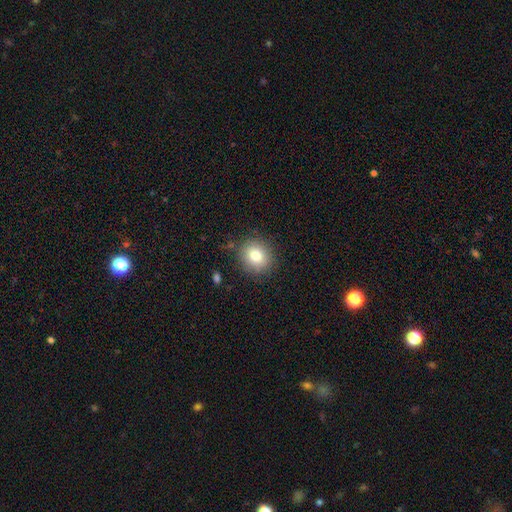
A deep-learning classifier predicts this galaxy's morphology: Smooth or featured: smooth — 80% (star or artifact — 11%)
How rounded: round — 82% (in between — 17%)
Merging: none — 86% (minor disturbance — 9%)